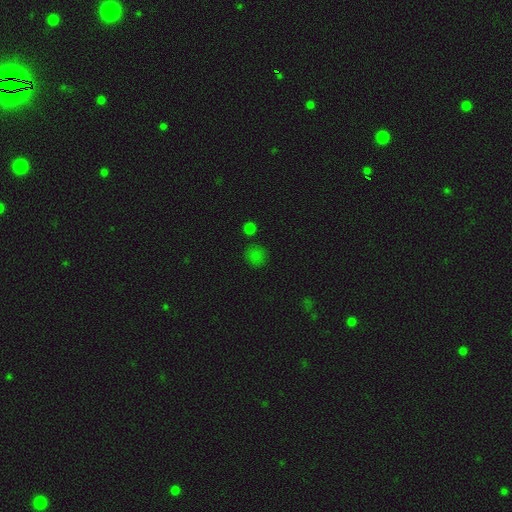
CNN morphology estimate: smooth 72%, star or artifact 23%, featured or disk 5%. Down the decision tree: how rounded — round (85%); merging — none (79%).